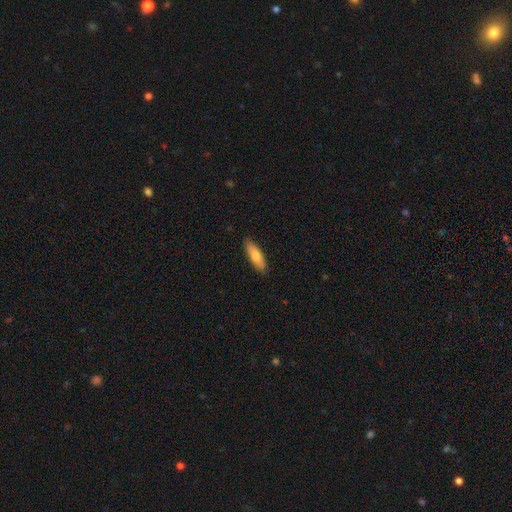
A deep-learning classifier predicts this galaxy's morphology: Smooth or featured?
  - smooth: 75% *
  - featured or disk: 19%
  - star or artifact: 6%
How rounded?
  - cigar-shaped: 50% *
  - in between: 48%
  - round: 2%
Merging?
  - none: 88% *
  - minor disturbance: 9%
  - major disturbance: 2%
  - merger: 1%